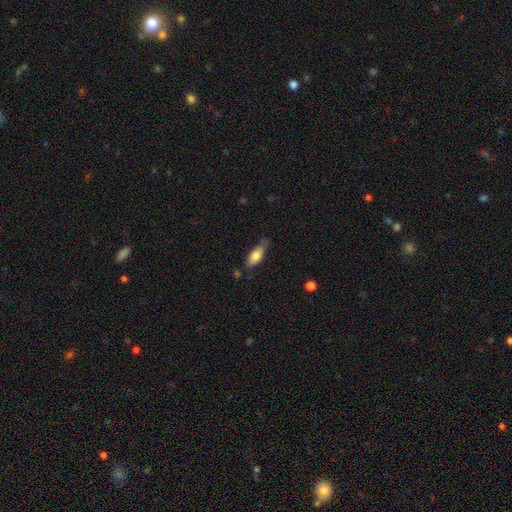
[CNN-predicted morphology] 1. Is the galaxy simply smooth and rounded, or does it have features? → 77% smooth, 17% featured or disk, 6% star or artifact.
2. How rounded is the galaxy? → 76% in between, 22% cigar-shaped, 2% round.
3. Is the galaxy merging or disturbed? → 59% none, 29% minor disturbance, 6% major disturbance, 5% merger.